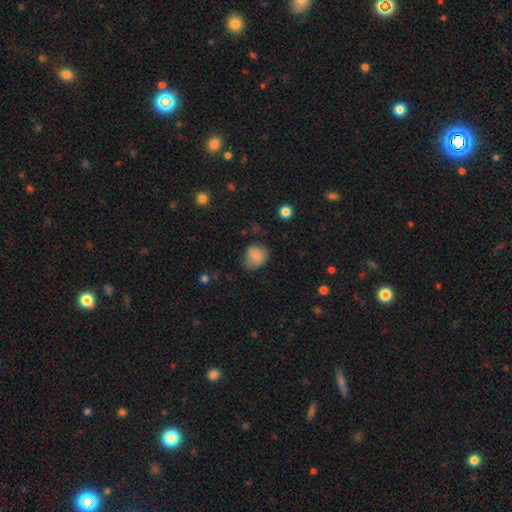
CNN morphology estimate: The model was most divided on "how rounded": round: 57%, in between: 42%, cigar-shaped: 1%. More confident: smooth or featured — smooth (78%); merging — none (62%).